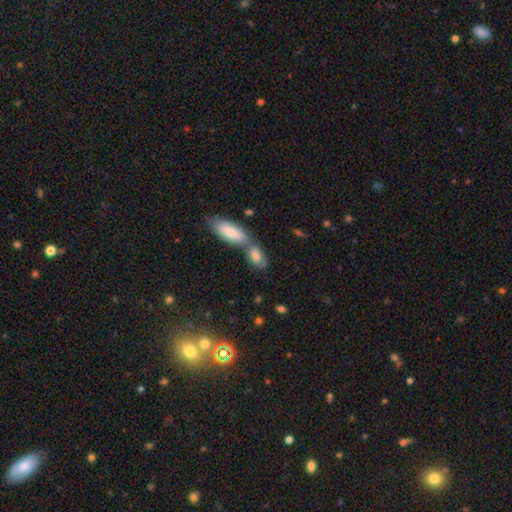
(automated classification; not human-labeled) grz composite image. It shows a smooth galaxy with no disk features (78%) that is in between round and cigar-shaped (85%). Merging: merger (53%).